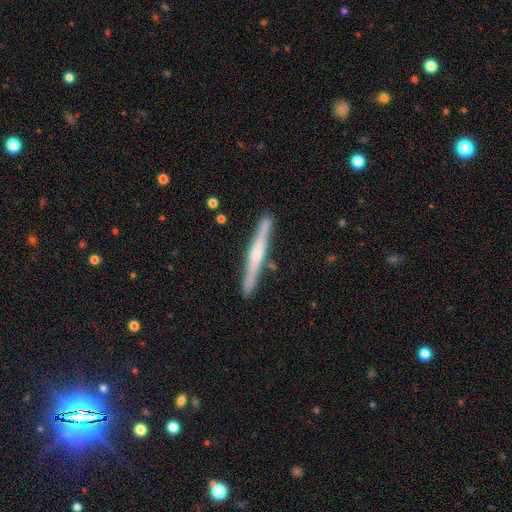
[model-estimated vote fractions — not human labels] The model was most divided on "smooth or featured": featured or disk: 62%, smooth: 32%, star or artifact: 5%. More confident: edge-on disk — yes (97%); merging — none (85%); edge-on bulge — rounded (57%).